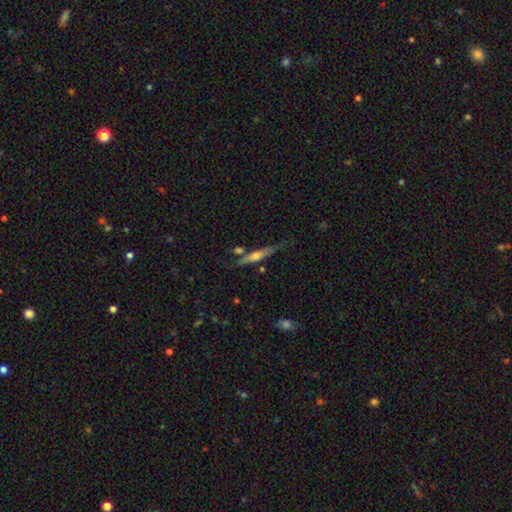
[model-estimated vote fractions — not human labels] Smooth or featured?
  - featured or disk: 59% *
  - smooth: 34%
  - star or artifact: 7%
Edge-on disk?
  - yes: 93% *
  - no: 7%
Edge-on bulge?
  - rounded: 84% *
  - none: 11%
  - boxy: 5%
Merging?
  - none: 68% *
  - minor disturbance: 18%
  - merger: 9%
  - major disturbance: 5%